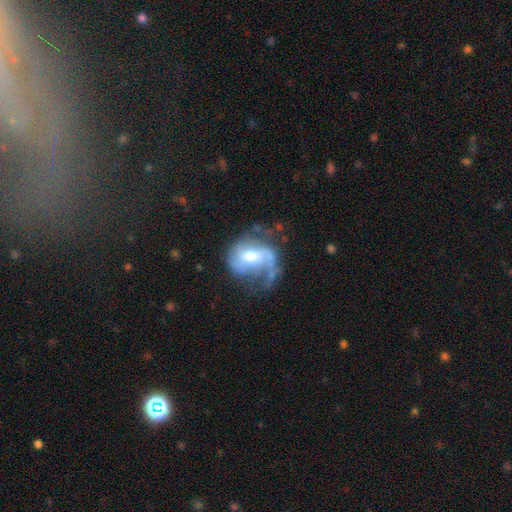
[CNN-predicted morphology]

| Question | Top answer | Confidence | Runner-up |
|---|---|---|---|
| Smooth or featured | featured or disk | 79% | smooth (15%) |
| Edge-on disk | no | 97% | yes (3%) |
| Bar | weak | 49% | no (34%) |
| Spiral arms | yes | 91% | no (9%) |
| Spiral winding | loose | 44% | medium (41%) |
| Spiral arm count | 2 | 50% | 1 (33%) |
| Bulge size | moderate | 61% | small (20%) |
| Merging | none | 43% | major disturbance (31%) |